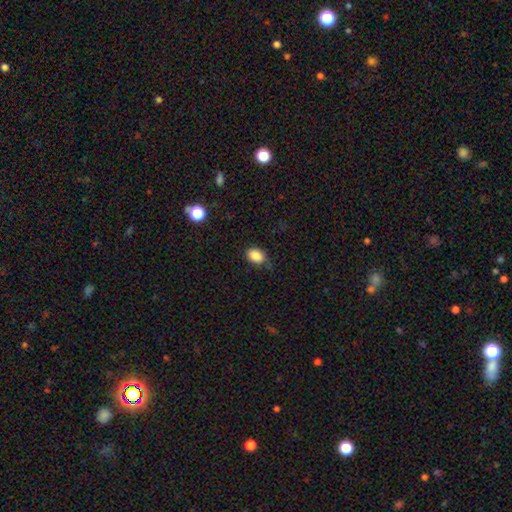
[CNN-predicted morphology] type=smooth (87%); roundness=in between (80%); merging=none (72%).